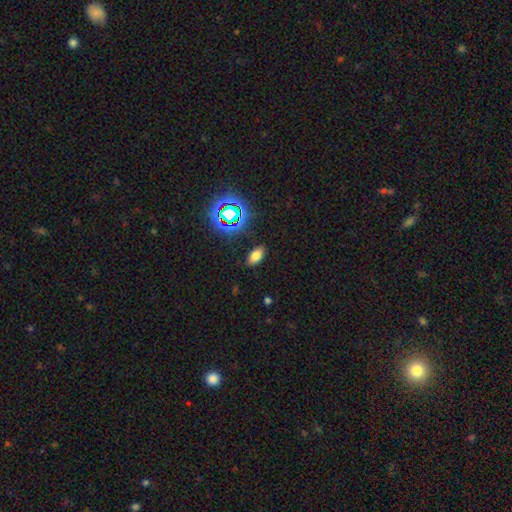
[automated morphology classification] Smooth or featured?
  - smooth: 69% *
  - star or artifact: 21%
  - featured or disk: 10%
How rounded?
  - in between: 89% *
  - round: 6%
  - cigar-shaped: 5%
Merging?
  - none: 86% *
  - minor disturbance: 10%
  - major disturbance: 3%
  - merger: 1%